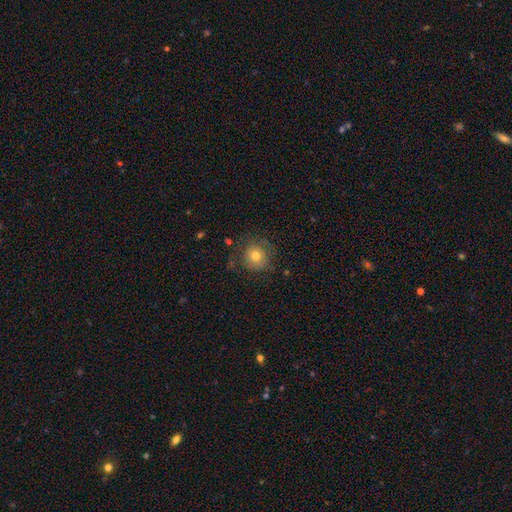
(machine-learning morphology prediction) smooth 68%, featured or disk 22%, star or artifact 11%. Down the decision tree: how rounded — round (90%); merging — none (70%).